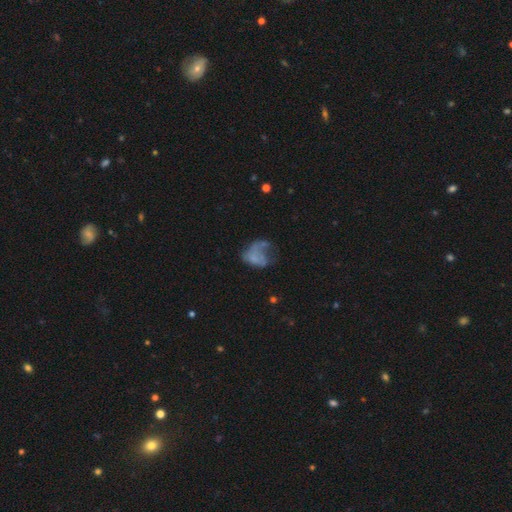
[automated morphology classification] Smooth or featured? Predicted: smooth (p=0.45). Merging? Predicted: major disturbance (p=0.46).